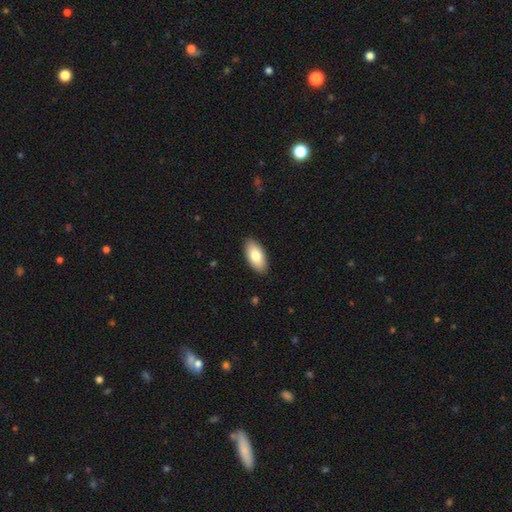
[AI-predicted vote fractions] Q: Smooth or featured?
A: smooth (80%); runner-up: featured or disk (14%)
Q: How rounded?
A: in between (92%); runner-up: cigar-shaped (5%)
Q: Merging?
A: none (89%); runner-up: minor disturbance (8%)